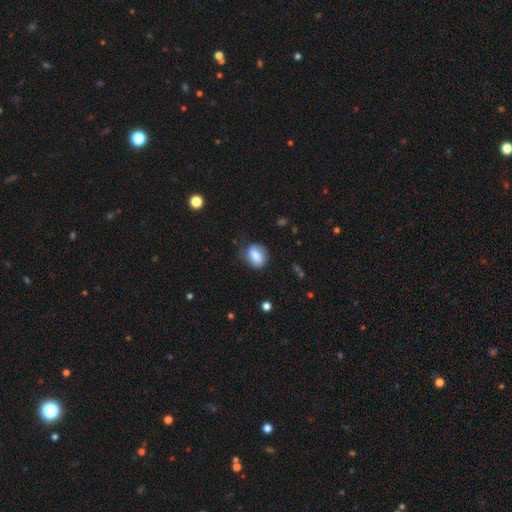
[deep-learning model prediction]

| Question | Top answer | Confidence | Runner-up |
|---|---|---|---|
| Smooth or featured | smooth | 79% | featured or disk (13%) |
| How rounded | in between | 64% | round (35%) |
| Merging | none | 66% | minor disturbance (24%) |